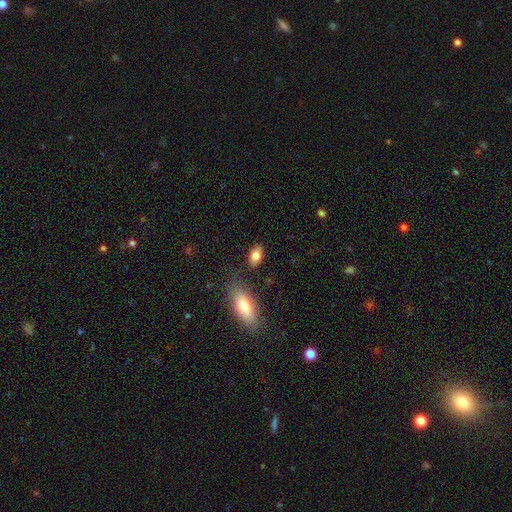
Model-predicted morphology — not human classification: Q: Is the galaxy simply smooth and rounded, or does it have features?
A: smooth — 81%.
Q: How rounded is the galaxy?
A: in between — 88%.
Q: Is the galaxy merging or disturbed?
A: none — 82%.